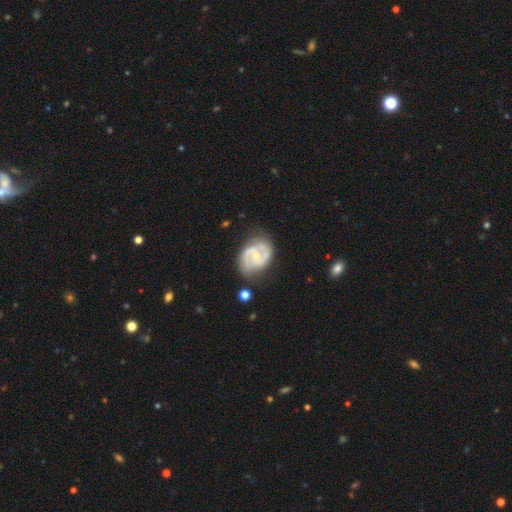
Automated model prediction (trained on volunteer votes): The model was most divided on "bulge size": moderate: 52%, small: 44%, large: 2%, none: 2%, dominant: 1%. Remaining: edge-on disk — no (97%); spiral arms — yes (91%); smooth or featured — featured or disk (85%); spiral arm count — 2 (82%); merging — none (63%); bar — no (49%); spiral winding — medium (49%).